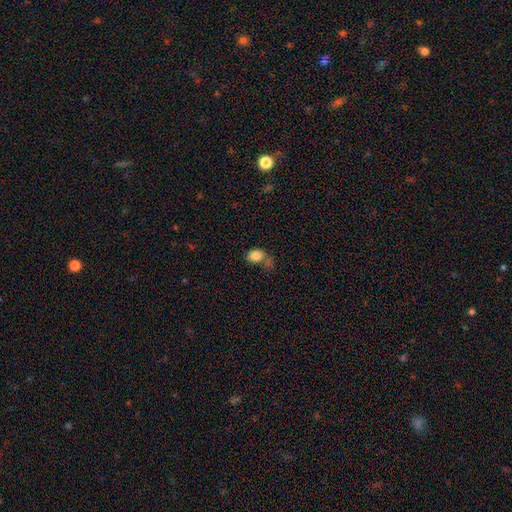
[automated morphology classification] This is clearly a smooth galaxy (83%). How rounded: possibly in between (54%). Merging: marginally none (37%).